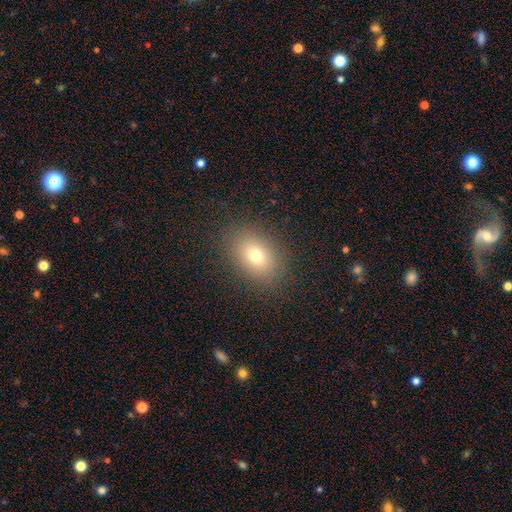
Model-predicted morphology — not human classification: smooth_or_featured: smooth (p=0.74) [alt: star or artifact p=0.14]
how_rounded: in between (p=0.70) [alt: round p=0.29]
merging: none (p=0.87) [alt: minor disturbance p=0.08]